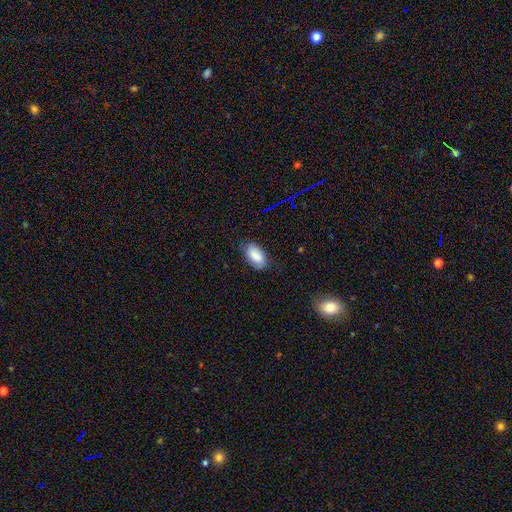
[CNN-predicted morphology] This appears to be a smooth galaxy with no disk features (81%) that is in between round and cigar-shaped (94%). Merging: none (74%).